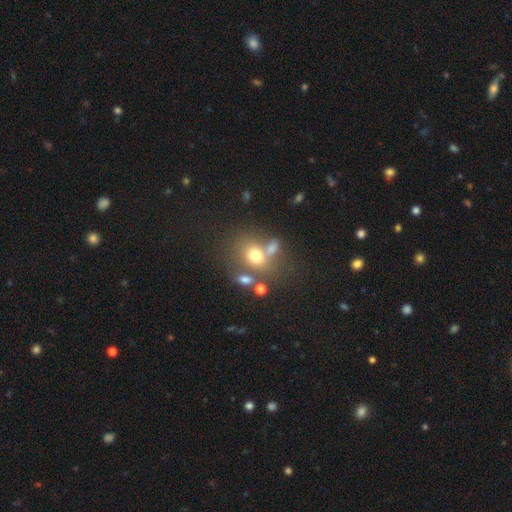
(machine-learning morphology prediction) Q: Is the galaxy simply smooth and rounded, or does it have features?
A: smooth — 69%.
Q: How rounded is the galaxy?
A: round — 49%, tied with in between.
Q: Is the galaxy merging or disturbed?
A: none — 45%.